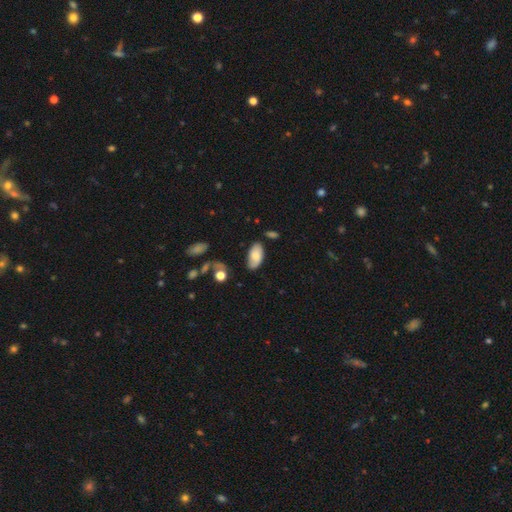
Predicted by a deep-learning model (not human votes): Overall: smooth (72%). How rounded: in between (94%). Merging: none (66%).